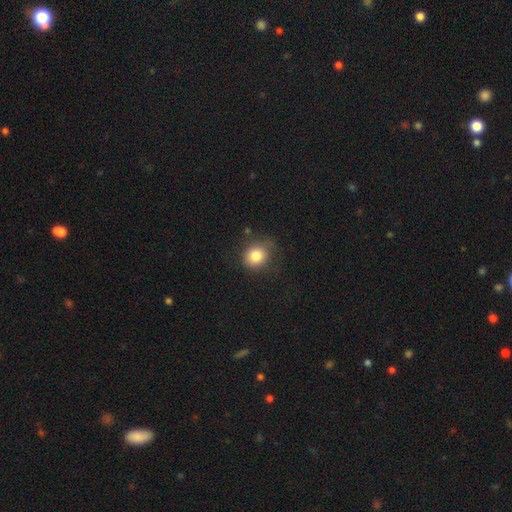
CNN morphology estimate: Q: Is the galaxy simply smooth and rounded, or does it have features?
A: smooth — 82%.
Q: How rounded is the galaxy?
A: round — 78%.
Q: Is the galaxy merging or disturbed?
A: none — 69%.